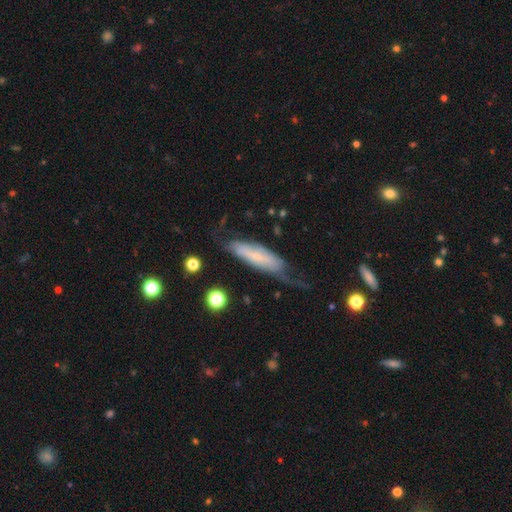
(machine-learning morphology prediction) Q: Smooth or featured?
A: featured or disk (57%); runner-up: smooth (35%)
Q: Edge-on disk?
A: no (65%); runner-up: yes (35%)
Q: Merging?
A: none (48%); runner-up: minor disturbance (28%)